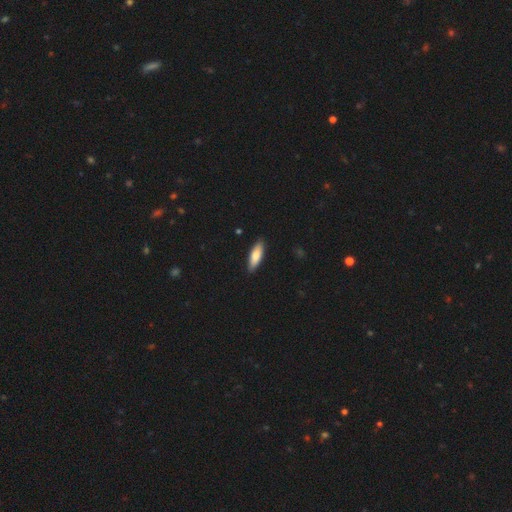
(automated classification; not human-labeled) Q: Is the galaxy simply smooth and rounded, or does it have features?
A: smooth — 80%.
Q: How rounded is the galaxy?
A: in between — 56%.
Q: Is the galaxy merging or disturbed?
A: none — 88%.